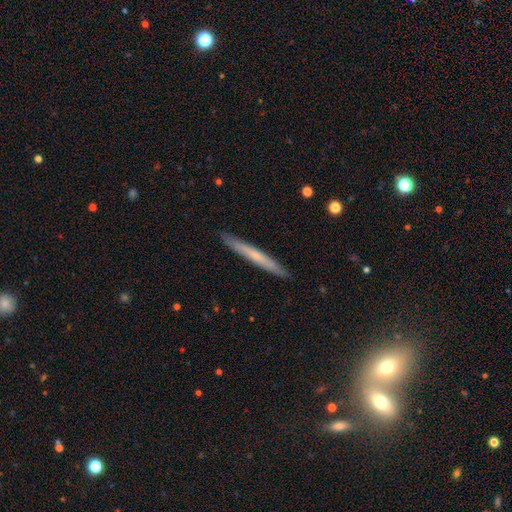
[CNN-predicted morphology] This appears to be a smooth galaxy with no disk features (47%, tied with featured or disk). Merging: none (91%).